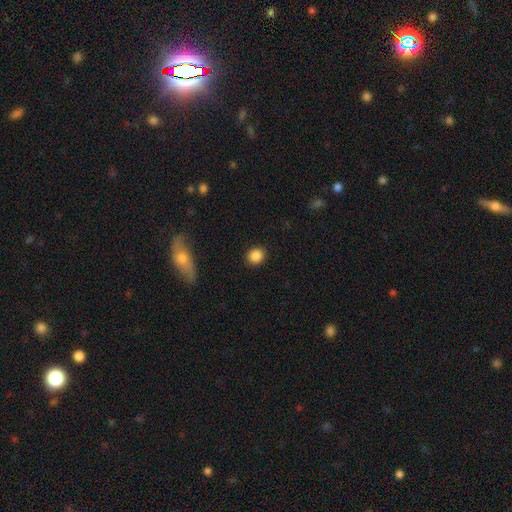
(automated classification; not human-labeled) Morphology: type=smooth (87%); roundness=round (77%); merging=none (91%).